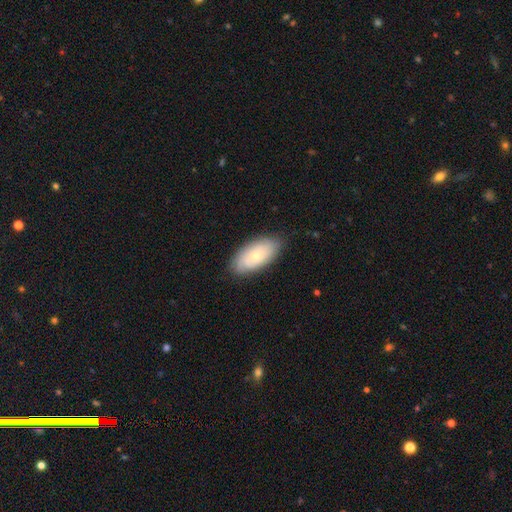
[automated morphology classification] smooth_or_featured: smooth (p=0.57) [alt: featured or disk p=0.36]
how_rounded: in between (p=0.92) [alt: cigar-shaped p=0.05]
merging: none (p=0.80) [alt: minor disturbance p=0.15]